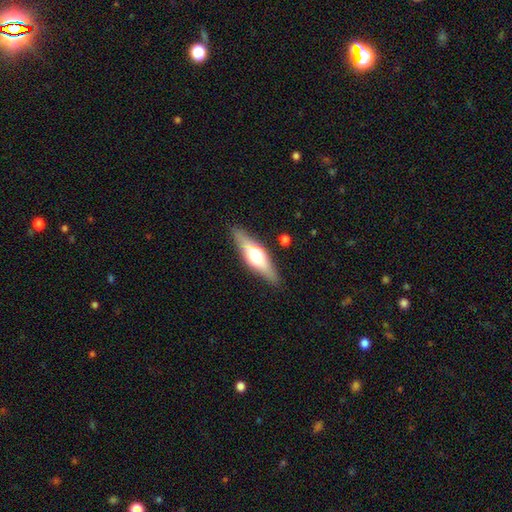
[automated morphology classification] A featured or disk galaxy (54%) viewed edge-on (91%).

Vote fractions:
- Smooth or featured? featured or disk: 54% / smooth: 40% / star or artifact: 6%
- Edge-on disk? yes: 91% / no: 9%
- Merging? none: 87% / minor disturbance: 9% / major disturbance: 2% / merger: 2%